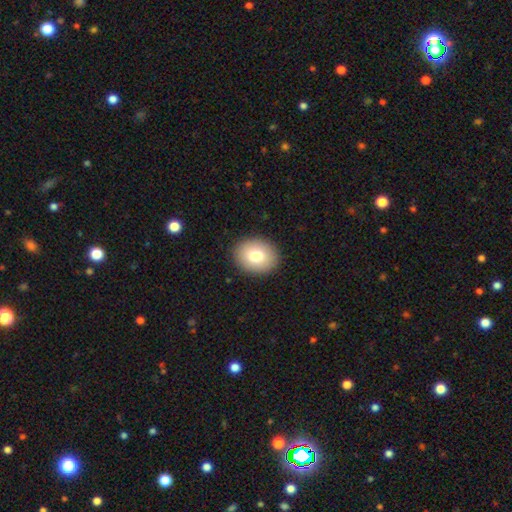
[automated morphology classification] Smooth or featured? smooth (77%)
How rounded? round (53%)
Merging? none (90%)